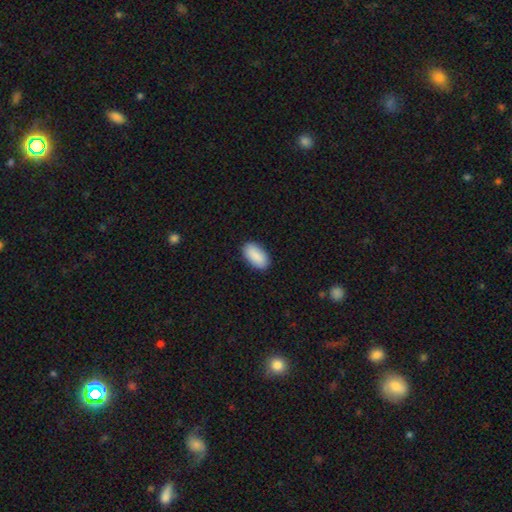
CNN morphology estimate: This is clearly a smooth galaxy (90%). How rounded: clearly in between (95%). Merging: clearly none (89%).